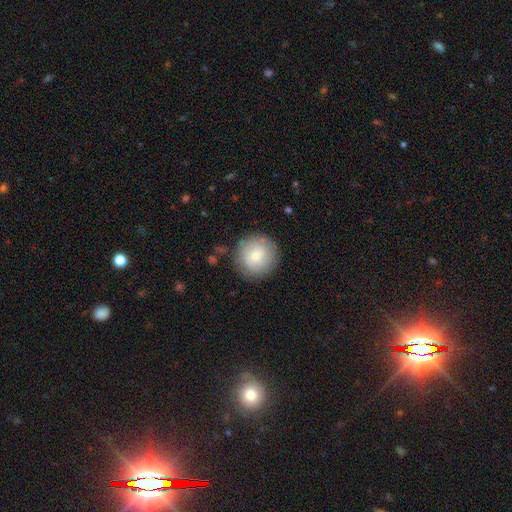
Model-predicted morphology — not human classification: The model was most divided on "smooth or featured": smooth: 75%, featured or disk: 18%, star or artifact: 8%. More confident: how rounded — round (95%); merging — none (85%).